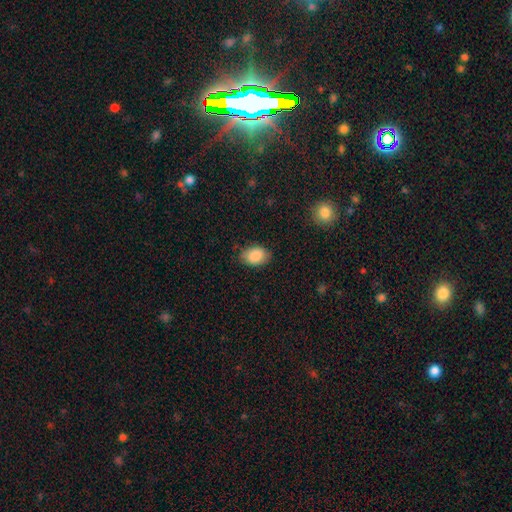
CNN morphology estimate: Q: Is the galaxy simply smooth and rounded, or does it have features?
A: smooth — 88%.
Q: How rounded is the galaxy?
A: in between — 85%.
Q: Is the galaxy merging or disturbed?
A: none — 79%.